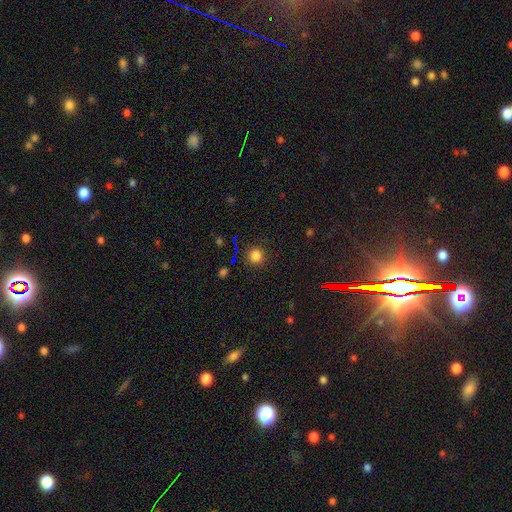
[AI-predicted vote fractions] smooth-or-featured: smooth: 80% | star or artifact: 16% | featured or disk: 4%
  how-rounded: round: 95% | in between: 4% | cigar-shaped: 1%
  merging: none: 90% | minor disturbance: 7% | major disturbance: 2% | merger: 1%